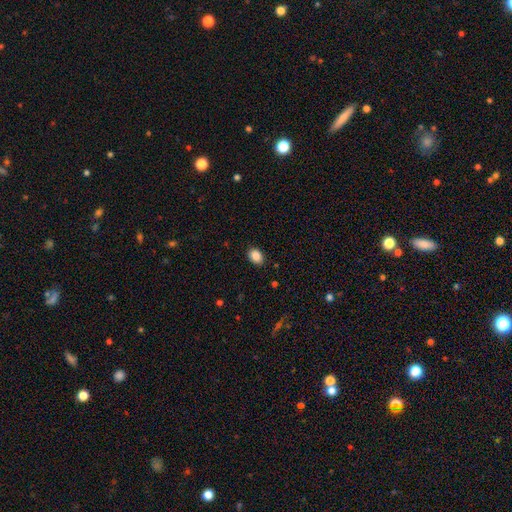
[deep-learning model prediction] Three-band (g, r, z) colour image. It shows a smooth galaxy with no disk features (87%) that is in between round and cigar-shaped (73%). Merging: none (88%).